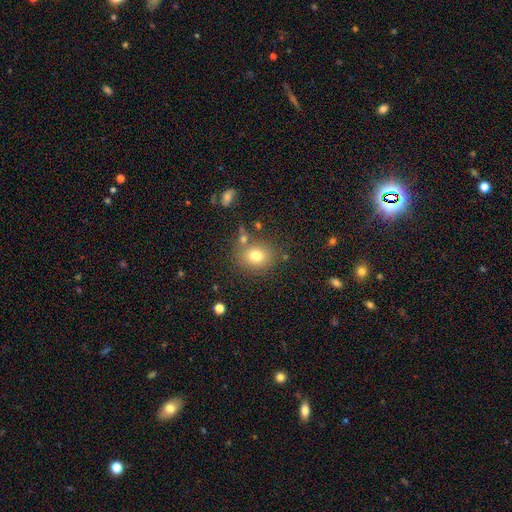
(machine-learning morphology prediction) Smooth or featured: smooth — 76% (star or artifact — 13%)
How rounded: round — 67% (in between — 32%)
Merging: none — 75% (minor disturbance — 11%)